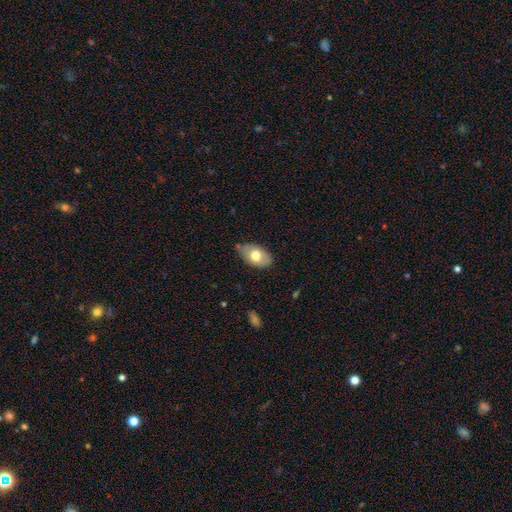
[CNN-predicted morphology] This is likely a smooth galaxy (70%). How rounded: clearly in between (92%). Merging: likely none (72%).